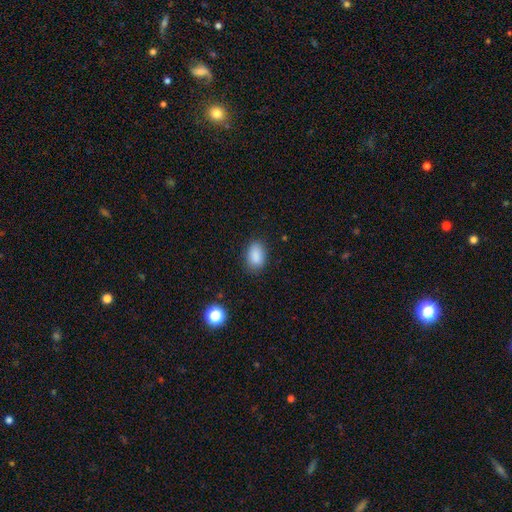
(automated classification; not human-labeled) A smooth galaxy with no disk features (87%) that is in between round and cigar-shaped (88%). Merging: none (82%).